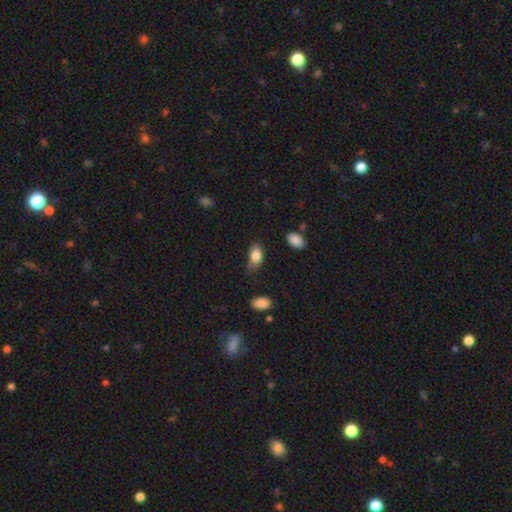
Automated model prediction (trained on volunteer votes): This appears to be a smooth galaxy with no disk features (84%) that is in between round and cigar-shaped (90%). Merging: none (61%).